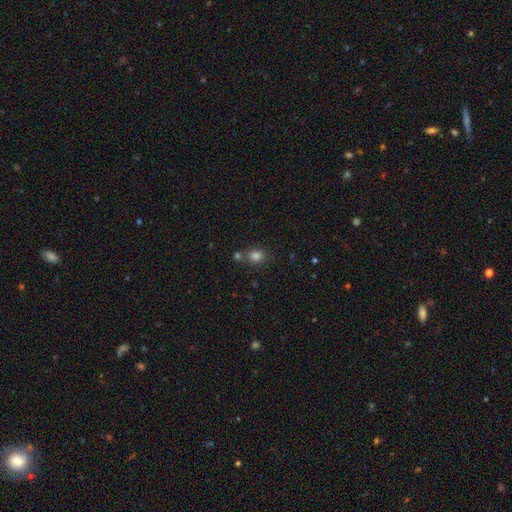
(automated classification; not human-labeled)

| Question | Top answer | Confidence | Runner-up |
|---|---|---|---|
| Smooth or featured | smooth | 81% | star or artifact (13%) |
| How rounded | round | 60% | in between (39%) |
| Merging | none | 68% | merger (17%) |